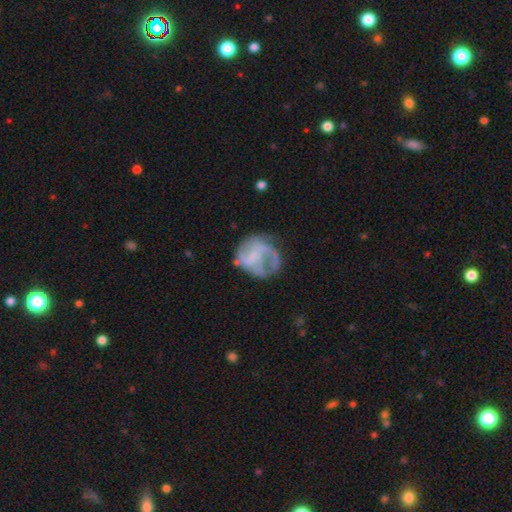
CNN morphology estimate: Smooth or featured? featured or disk (61%)
Edge-on disk? no (98%)
Bar? no (53%)
Spiral arms? yes (65%)
Bulge size? none (59%)
Merging? none (46%)